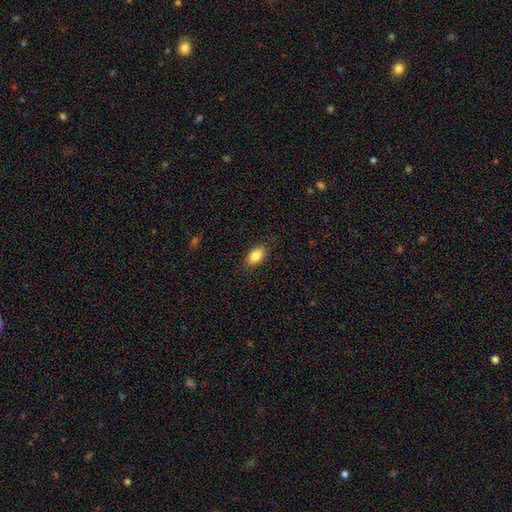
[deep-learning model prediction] This is clearly a smooth galaxy (86%). How rounded: clearly in between (88%). Merging: clearly none (84%).